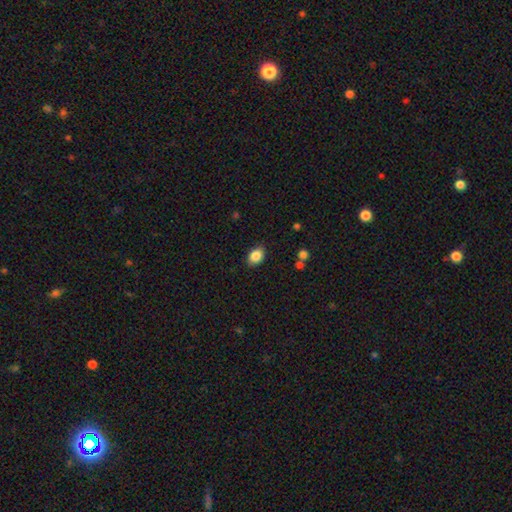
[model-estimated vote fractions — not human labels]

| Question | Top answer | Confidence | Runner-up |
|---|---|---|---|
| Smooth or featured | smooth | 87% | star or artifact (8%) |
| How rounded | in between | 80% | round (19%) |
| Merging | none | 85% | minor disturbance (11%) |